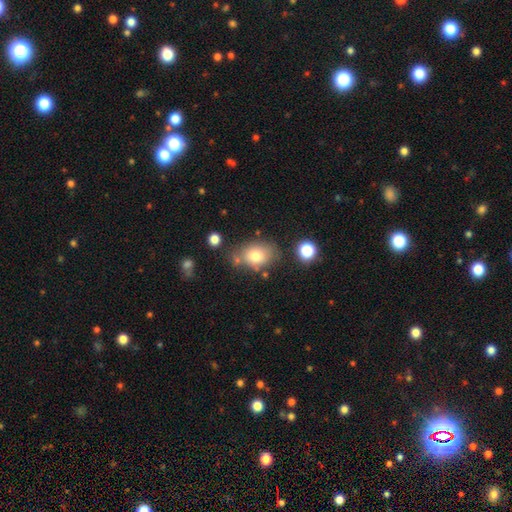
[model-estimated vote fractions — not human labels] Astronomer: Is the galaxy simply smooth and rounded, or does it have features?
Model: smooth — 77%.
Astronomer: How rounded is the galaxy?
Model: in between — 67%.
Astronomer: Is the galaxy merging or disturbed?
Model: none — 67%.